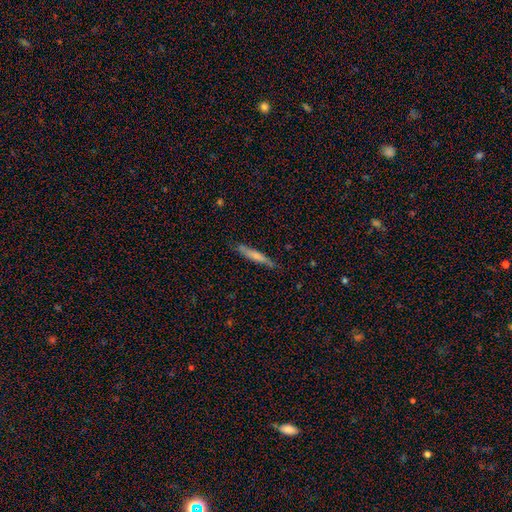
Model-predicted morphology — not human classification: A smooth galaxy with no disk features (62%) that is cigar-shaped (93%).

Vote fractions:
- Smooth or featured? smooth: 62% / featured or disk: 32% / star or artifact: 6%
- How rounded? cigar-shaped: 93% / in between: 6% / round: 1%
- Merging? none: 80% / minor disturbance: 15% / major disturbance: 3% / merger: 2%